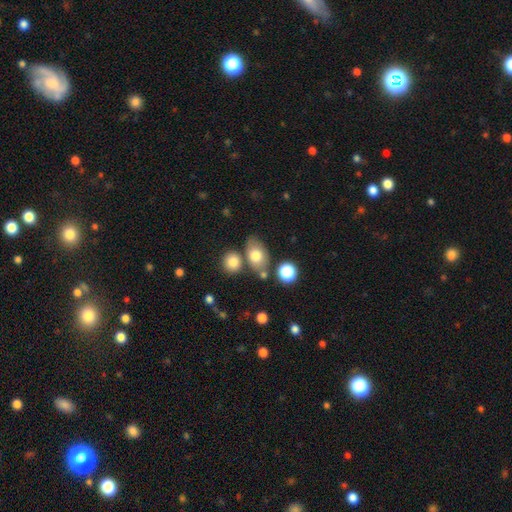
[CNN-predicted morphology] Smooth or featured?
  - smooth: 74% *
  - featured or disk: 16%
  - star or artifact: 9%
How rounded?
  - in between: 78% *
  - round: 20%
  - cigar-shaped: 2%
Merging?
  - none: 65% *
  - merger: 15%
  - minor disturbance: 15%
  - major disturbance: 5%